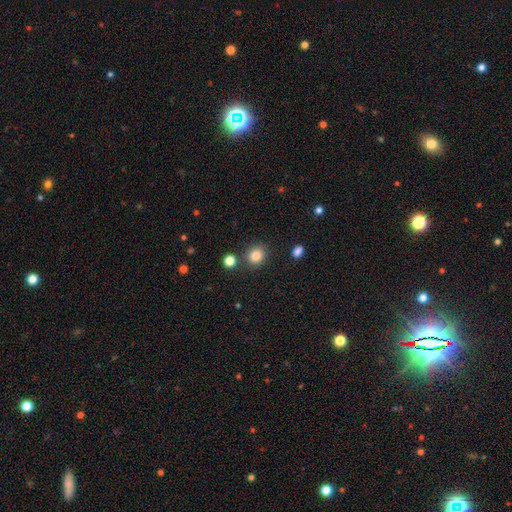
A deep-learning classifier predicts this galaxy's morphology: Smooth or featured?
  - smooth: 84% *
  - star or artifact: 11%
  - featured or disk: 5%
How rounded?
  - round: 79% *
  - in between: 20%
  - cigar-shaped: 1%
Merging?
  - none: 83% *
  - minor disturbance: 8%
  - merger: 6%
  - major disturbance: 3%